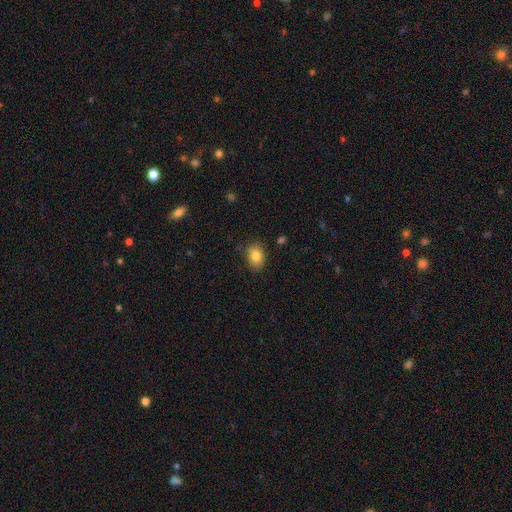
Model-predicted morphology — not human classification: smooth 84%, star or artifact 9%, featured or disk 7%. Down the decision tree: how rounded — in between (68%); merging — none (80%).